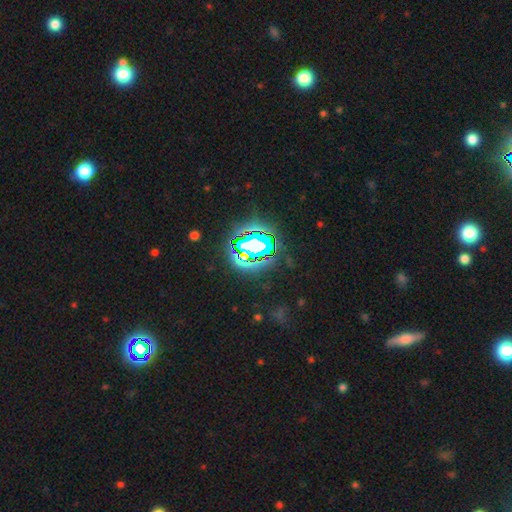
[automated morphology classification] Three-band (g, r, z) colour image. It shows a star or artifact, not a galaxy (81%).